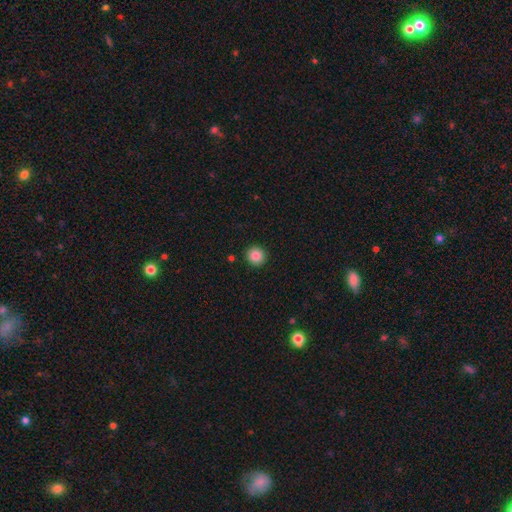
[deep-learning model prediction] smooth-or-featured: smooth: 86% | star or artifact: 10% | featured or disk: 4%
  how-rounded: round: 93% | in between: 6% | cigar-shaped: 1%
  merging: none: 92% | minor disturbance: 5% | major disturbance: 2% | merger: 1%